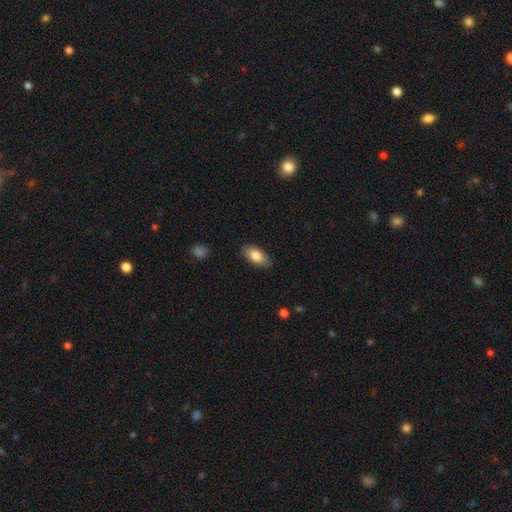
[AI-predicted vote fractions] Overall: smooth (82%). How rounded: in between (90%). Merging: none (87%).